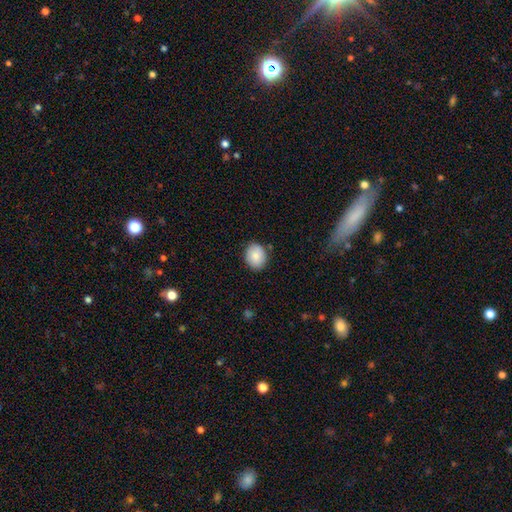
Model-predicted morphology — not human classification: smooth-or-featured: smooth: 86% | featured or disk: 7% | star or artifact: 7%
  how-rounded: round: 53% | in between: 46% | cigar-shaped: 1%
  merging: none: 85% | minor disturbance: 11% | major disturbance: 2% | merger: 2%